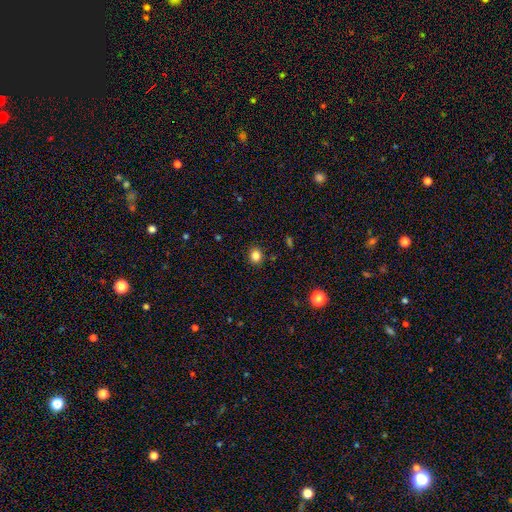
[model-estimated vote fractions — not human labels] This is clearly a smooth galaxy (84%). How rounded: likely round (68%). Merging: clearly none (89%).